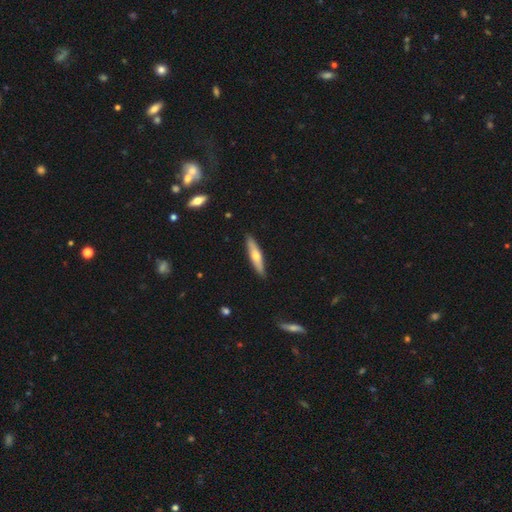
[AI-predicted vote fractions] Smooth or featured?
  - smooth: 50% *
  - featured or disk: 44%
  - star or artifact: 5%
How rounded?
  - cigar-shaped: 80% *
  - in between: 18%
  - round: 2%
Merging?
  - none: 89% *
  - minor disturbance: 8%
  - major disturbance: 2%
  - merger: 1%